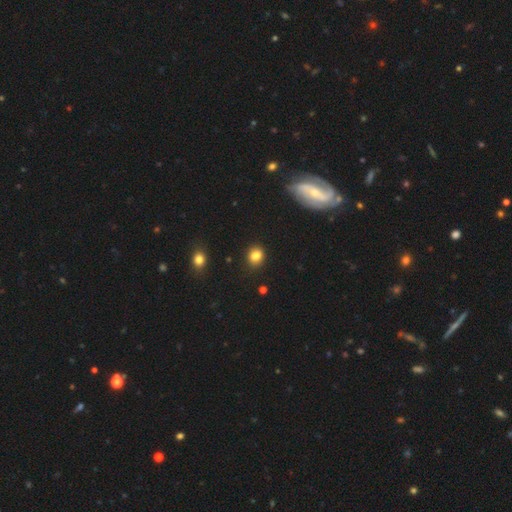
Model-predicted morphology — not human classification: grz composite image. It shows a smooth galaxy with no disk features (82%) that is round (61%). Merging: none (85%).